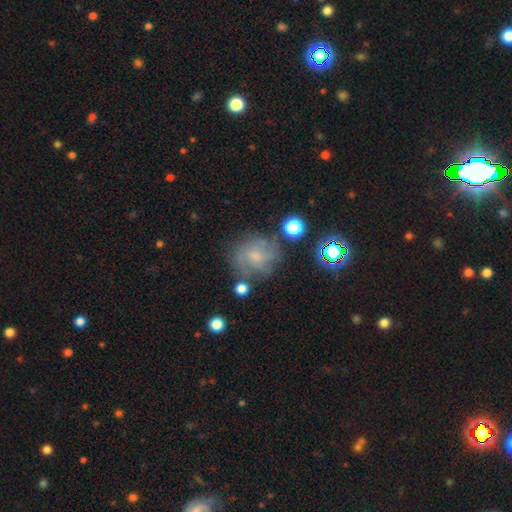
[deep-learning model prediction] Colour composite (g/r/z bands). It shows a featured or disk galaxy (48%). Merging: none (65%).